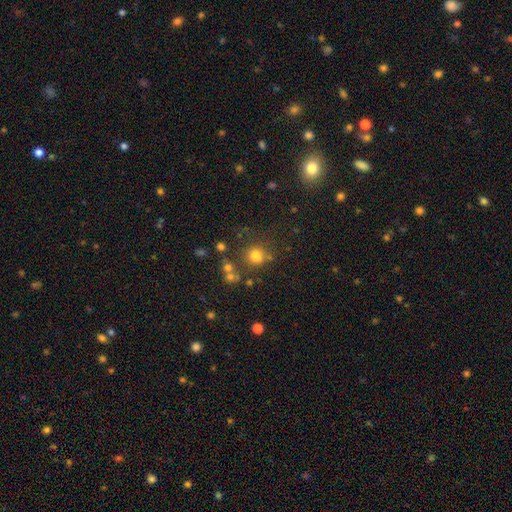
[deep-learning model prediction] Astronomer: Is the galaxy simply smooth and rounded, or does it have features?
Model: smooth — 76%.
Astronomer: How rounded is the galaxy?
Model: round — 87%.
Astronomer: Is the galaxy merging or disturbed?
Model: none — 72%.